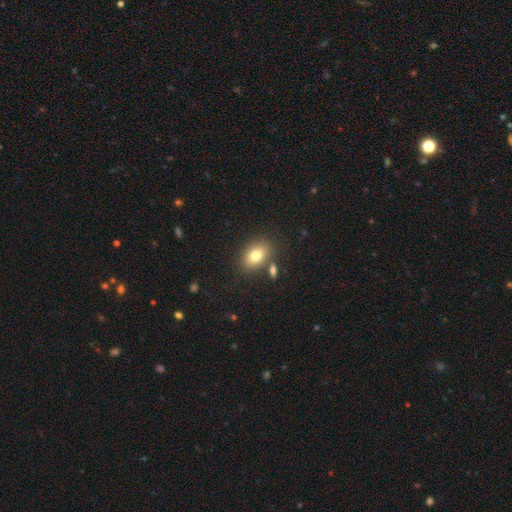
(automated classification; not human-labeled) The model was most divided on "merging": none: 74%, merger: 11%, minor disturbance: 11%, major disturbance: 4%. More confident: how rounded — in between (82%); smooth or featured — smooth (79%).